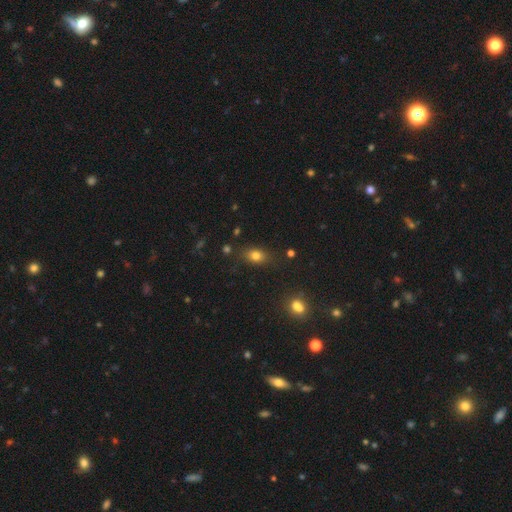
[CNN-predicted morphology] A smooth galaxy with no disk features (77%) that is in between round and cigar-shaped (70%).

Vote fractions:
- Smooth or featured? smooth: 77% / star or artifact: 13% / featured or disk: 9%
- How rounded? in between: 70% / round: 27% / cigar-shaped: 3%
- Merging? none: 80% / minor disturbance: 13% / major disturbance: 4% / merger: 3%